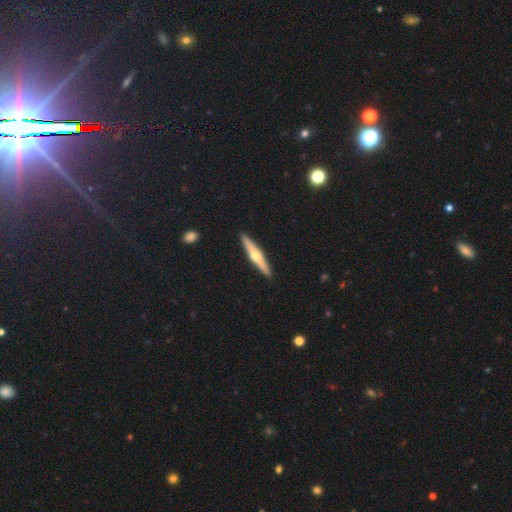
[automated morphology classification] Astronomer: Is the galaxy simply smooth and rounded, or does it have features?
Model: featured or disk — 67%.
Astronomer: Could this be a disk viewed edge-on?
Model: yes — 97%.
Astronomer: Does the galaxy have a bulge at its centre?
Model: rounded — 94%.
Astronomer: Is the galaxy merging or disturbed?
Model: none — 92%.